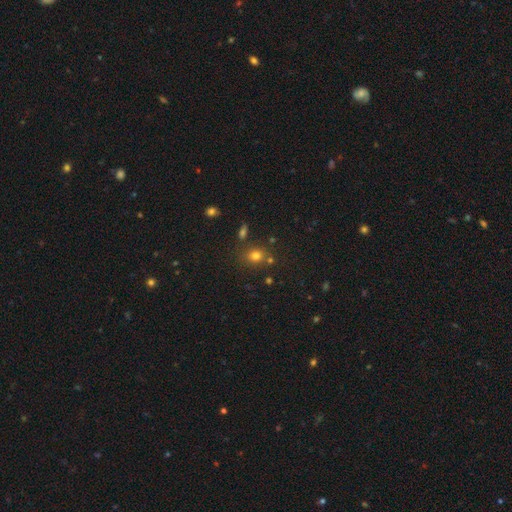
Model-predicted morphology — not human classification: Q: Smooth or featured?
A: smooth (74%); runner-up: star or artifact (17%)
Q: How rounded?
A: round (68%); runner-up: in between (31%)
Q: Merging?
A: none (74%); runner-up: minor disturbance (12%)